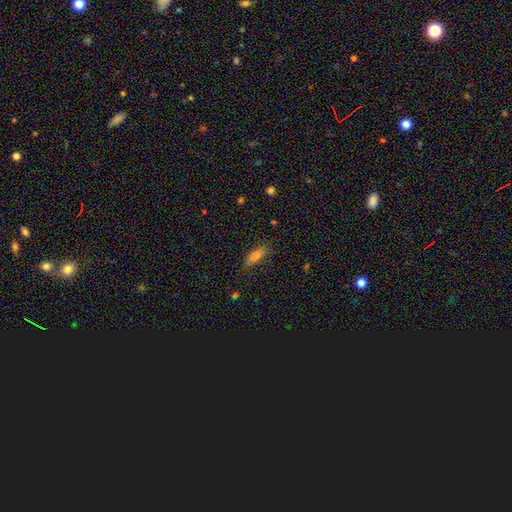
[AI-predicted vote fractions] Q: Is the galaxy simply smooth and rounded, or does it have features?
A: smooth — 75%.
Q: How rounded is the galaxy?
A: in between — 58%.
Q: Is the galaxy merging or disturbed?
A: none — 82%.